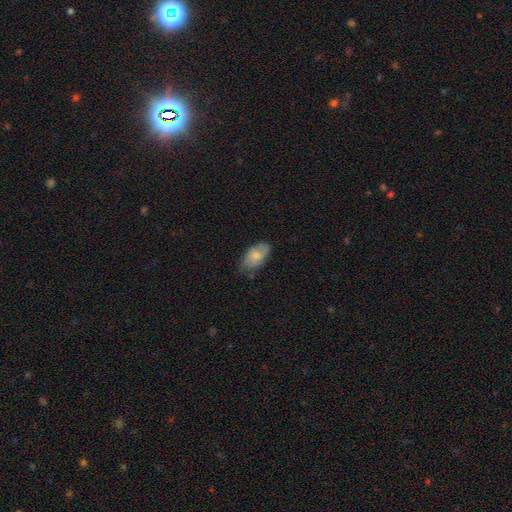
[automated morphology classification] Smooth or featured: smooth — 71% (featured or disk — 22%)
How rounded: in between — 93% (round — 5%)
Merging: none — 62% (minor disturbance — 30%)